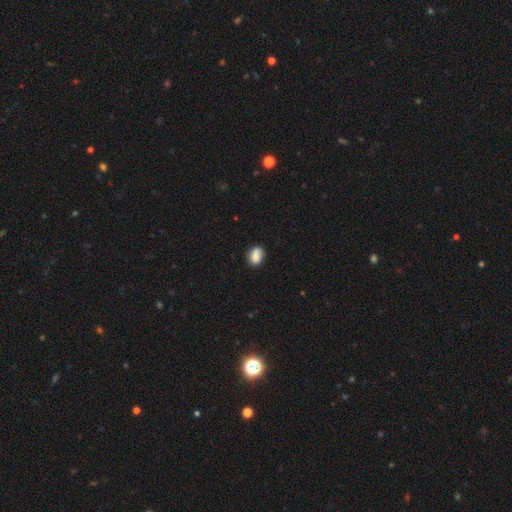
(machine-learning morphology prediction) Overall: smooth (79%). How rounded: in between (66%; round 33%). Merging: none (69%).